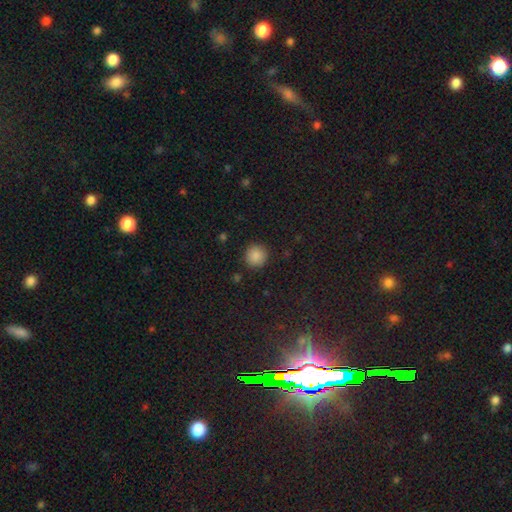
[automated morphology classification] Smooth or featured?
  - smooth: 87% *
  - star or artifact: 10%
  - featured or disk: 3%
How rounded?
  - round: 94% *
  - in between: 5%
  - cigar-shaped: 1%
Merging?
  - none: 90% *
  - minor disturbance: 6%
  - major disturbance: 2%
  - merger: 1%